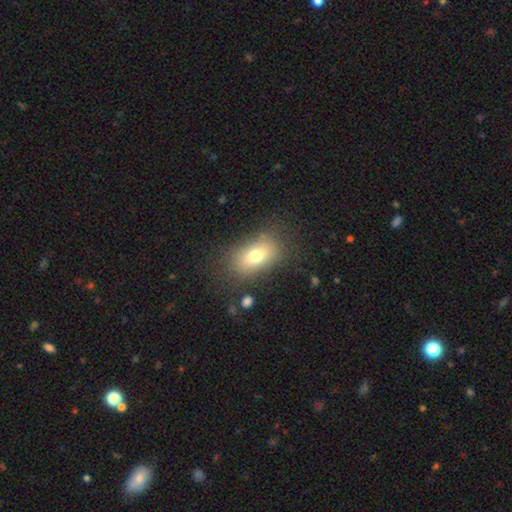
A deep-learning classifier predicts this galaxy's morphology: The model was most divided on "smooth or featured": smooth: 72%, featured or disk: 16%, star or artifact: 11%. More confident: how rounded — in between (84%); merging — none (78%).